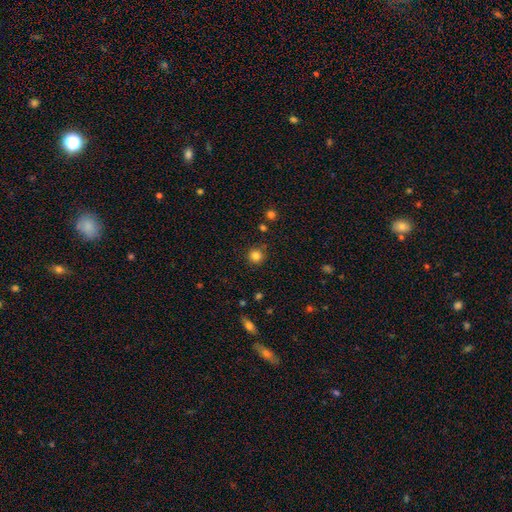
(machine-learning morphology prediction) Smooth or featured: smooth — 83% (star or artifact — 12%)
How rounded: round — 93% (in between — 6%)
Merging: none — 87% (minor disturbance — 8%)